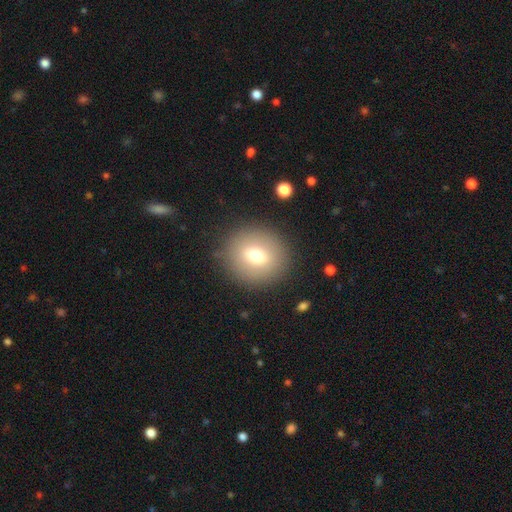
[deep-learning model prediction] Smooth or featured? smooth (70%)
How rounded? round (85%)
Merging? none (87%)